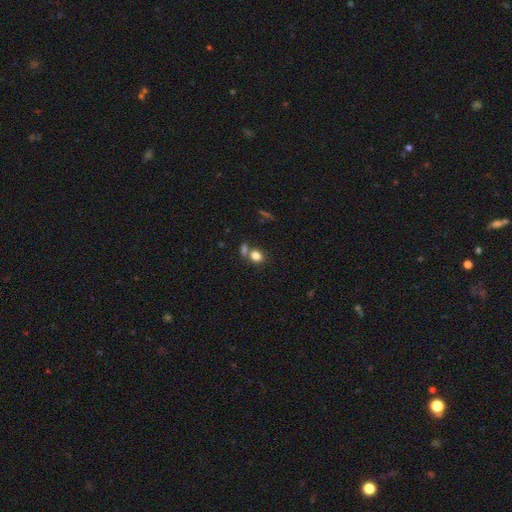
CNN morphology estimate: A smooth galaxy with no disk features (81%) that is round (57%).

Vote fractions:
- Smooth or featured? smooth: 81% / star or artifact: 11% / featured or disk: 8%
- How rounded? round: 57% / in between: 41% / cigar-shaped: 1%
- Merging? none: 53% / merger: 32% / minor disturbance: 10% / major disturbance: 4%